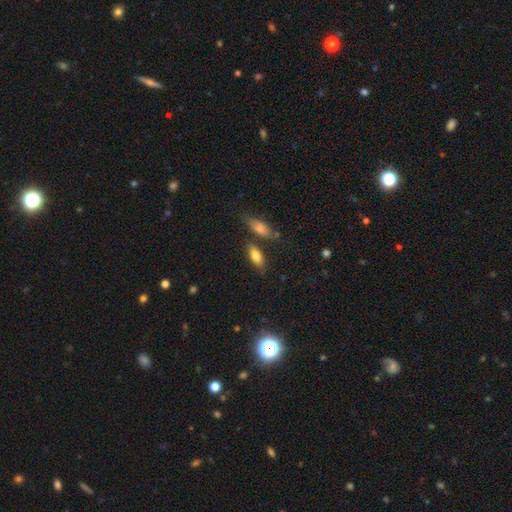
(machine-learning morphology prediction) Smooth or featured?
  - smooth: 80% *
  - featured or disk: 13%
  - star or artifact: 7%
How rounded?
  - in between: 79% *
  - cigar-shaped: 18%
  - round: 3%
Merging?
  - none: 70% *
  - minor disturbance: 14%
  - merger: 12%
  - major disturbance: 4%